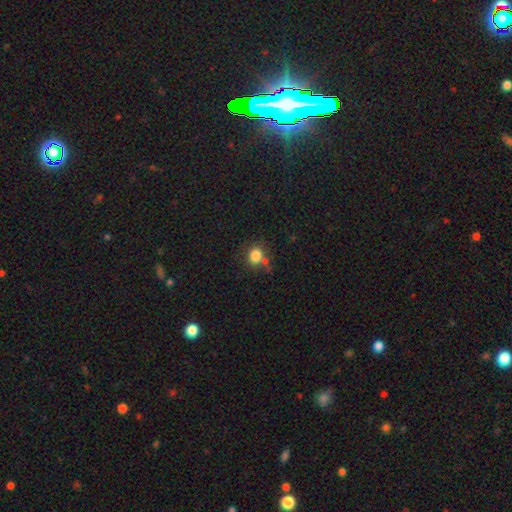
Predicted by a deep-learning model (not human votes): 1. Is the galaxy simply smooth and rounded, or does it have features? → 82% smooth, 11% star or artifact, 7% featured or disk.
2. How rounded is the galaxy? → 75% round, 24% in between, 1% cigar-shaped.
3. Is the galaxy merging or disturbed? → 61% none, 17% merger, 16% minor disturbance, 6% major disturbance.